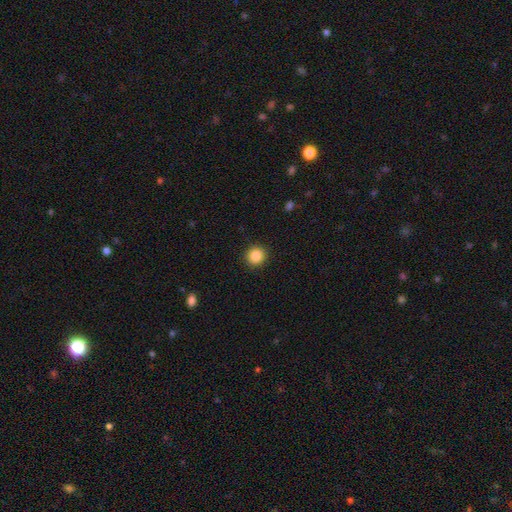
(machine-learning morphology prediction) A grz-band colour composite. It shows a smooth galaxy with no disk features (87%) that is round (91%). Merging: none (91%).